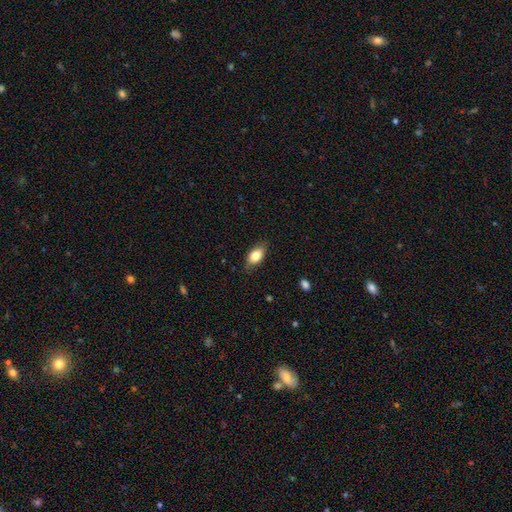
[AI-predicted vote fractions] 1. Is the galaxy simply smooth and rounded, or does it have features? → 80% smooth, 12% featured or disk, 7% star or artifact.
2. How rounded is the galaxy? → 88% in between, 7% round, 5% cigar-shaped.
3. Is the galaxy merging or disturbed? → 80% none, 16% minor disturbance, 3% major disturbance, 1% merger.